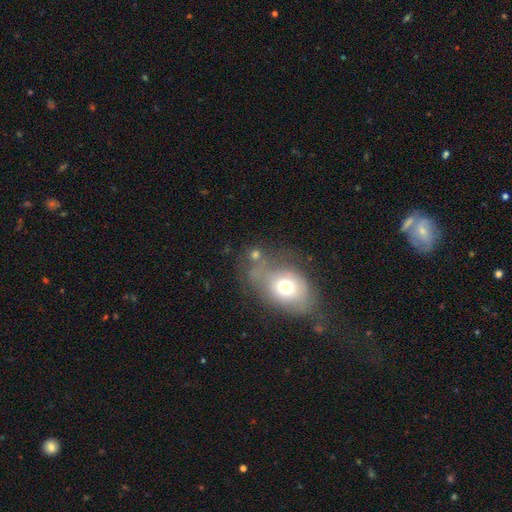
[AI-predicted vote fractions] Smooth or featured? Predicted: smooth (p=0.59). How rounded? Predicted: in between (p=0.70). Merging? Predicted: none (p=0.43).